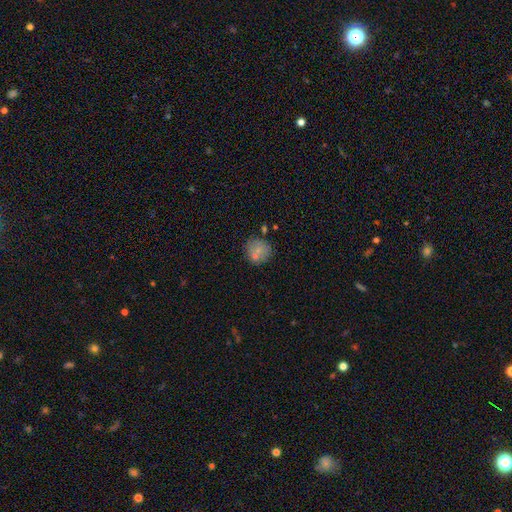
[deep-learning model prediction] smooth-or-featured: smooth: 66% | star or artifact: 18% | featured or disk: 17%
  how-rounded: round: 89% | in between: 10% | cigar-shaped: 1%
  merging: none: 77% | minor disturbance: 13% | merger: 7% | major disturbance: 4%